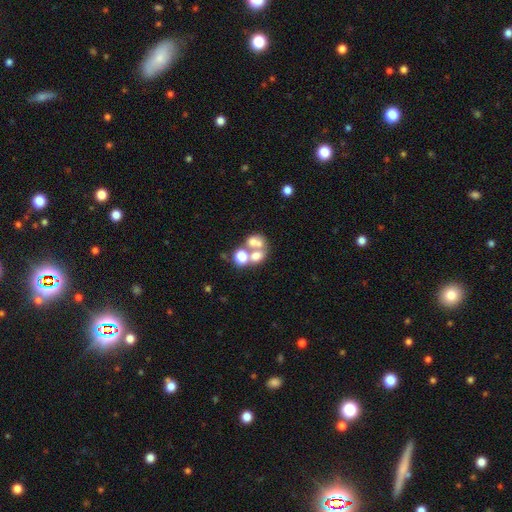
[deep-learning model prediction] This is possibly a smooth galaxy (54%). How rounded: possibly round (56%). Merging: possibly merger (59%).